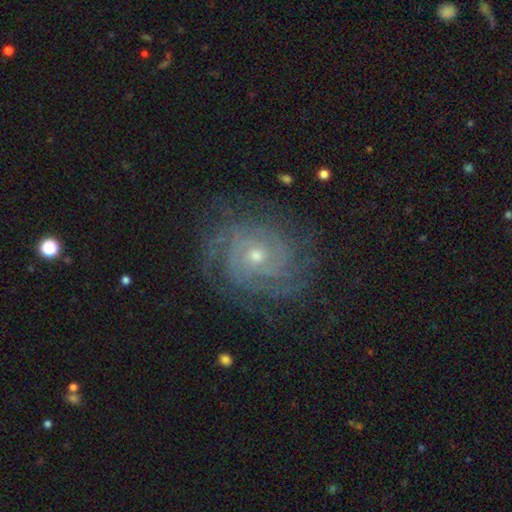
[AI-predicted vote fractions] This appears to be a featured or disk galaxy (86%) with no bar (76%), tight (75%) spiral arms (96%) and a small central bulge (56%). Merging: none (77%).